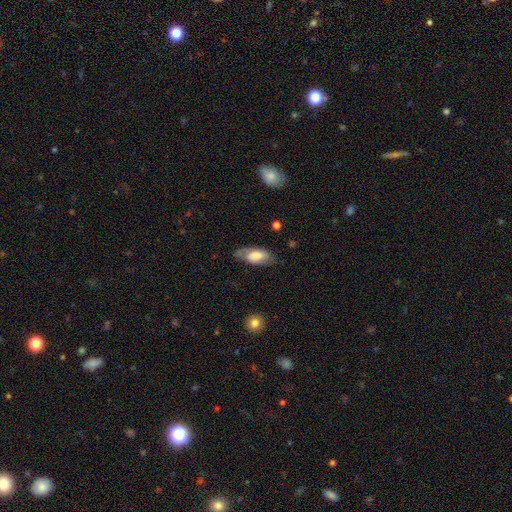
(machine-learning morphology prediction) Smooth or featured?
  - smooth: 59% *
  - featured or disk: 35%
  - star or artifact: 7%
How rounded?
  - in between: 87% *
  - cigar-shaped: 10%
  - round: 3%
Merging?
  - none: 63% *
  - minor disturbance: 26%
  - major disturbance: 10%
  - merger: 2%